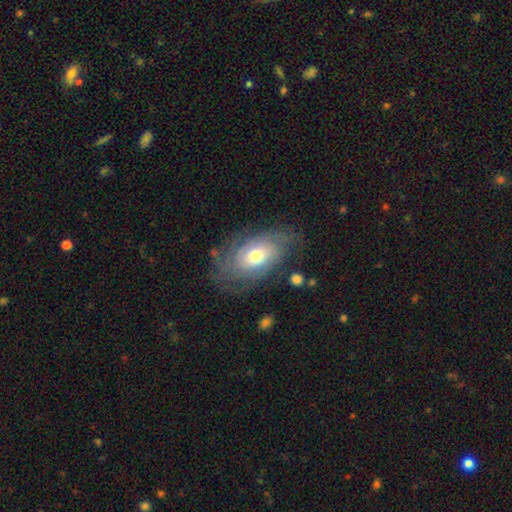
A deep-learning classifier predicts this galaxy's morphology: smooth-or-featured: featured or disk: 67% | smooth: 26% | star or artifact: 7%
  disk-edge-on: no: 94% | yes: 6%
    bar: no: 77% | weak: 19% | strong: 4%
    has-spiral-arms: yes: 84% | no: 16%
      spiral-winding: tight: 62% | medium: 27% | loose: 11%
      spiral-arm-count: can't tell: 54% | 2: 14% | 3: 12% | 4: 9% | more than 4: 6% | 1: 5%
    bulge-size: moderate: 65% | small: 20% | large: 13% | dominant: 1% | none: 1%
  merging: none: 68% | minor disturbance: 19% | major disturbance: 11% | merger: 2%